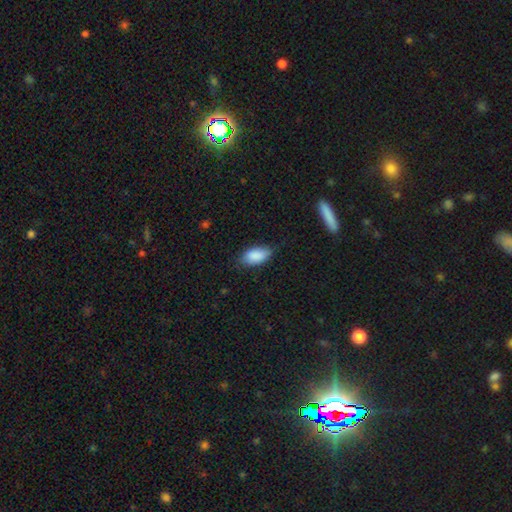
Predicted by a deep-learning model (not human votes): A smooth galaxy with no disk features (88%) that is in between round and cigar-shaped (92%). Merging: none (75%).